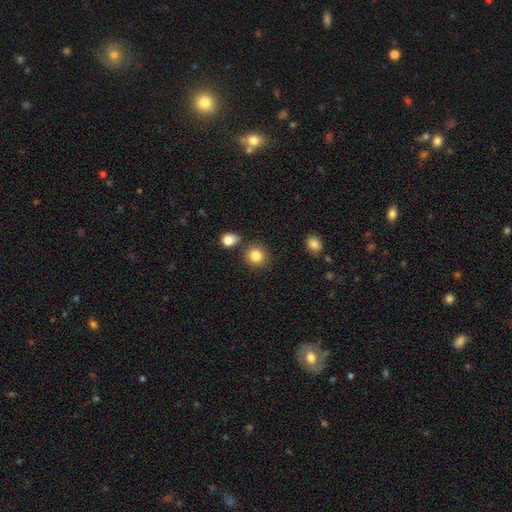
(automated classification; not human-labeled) This is clearly a smooth galaxy (85%). How rounded: clearly round (88%). Merging: clearly none (81%).